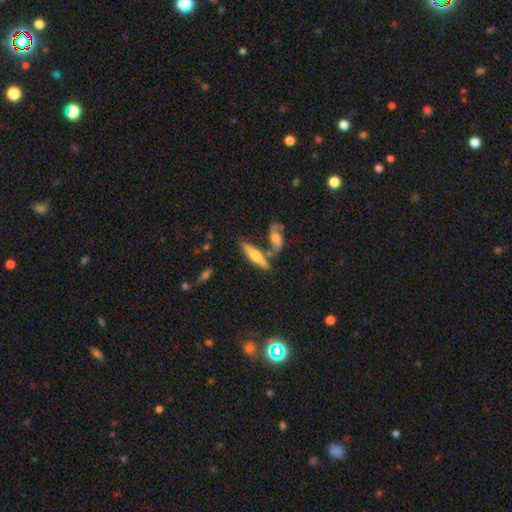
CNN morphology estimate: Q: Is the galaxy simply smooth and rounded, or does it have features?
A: featured or disk — 47%.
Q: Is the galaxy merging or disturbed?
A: none — 60%.